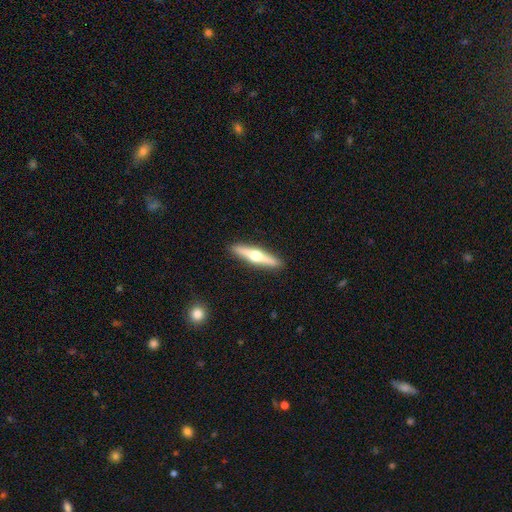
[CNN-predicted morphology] This is likely a featured or disk galaxy (62%). It is clearly viewed edge-on (96%). Edge-on bulge: clearly rounded (95%). Merging: clearly none (91%).